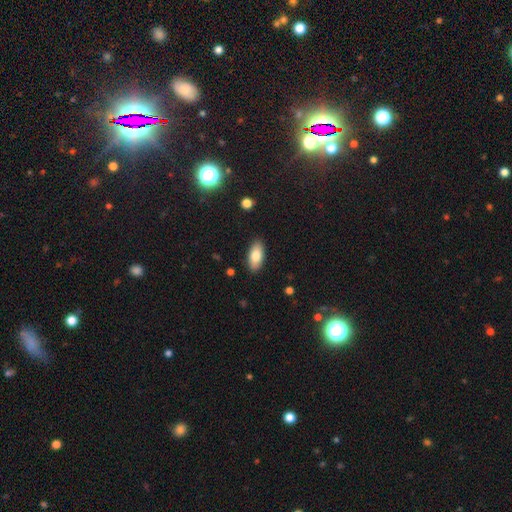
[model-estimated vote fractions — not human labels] This is clearly a smooth galaxy (81%). How rounded: clearly in between (89%). Merging: clearly none (88%).